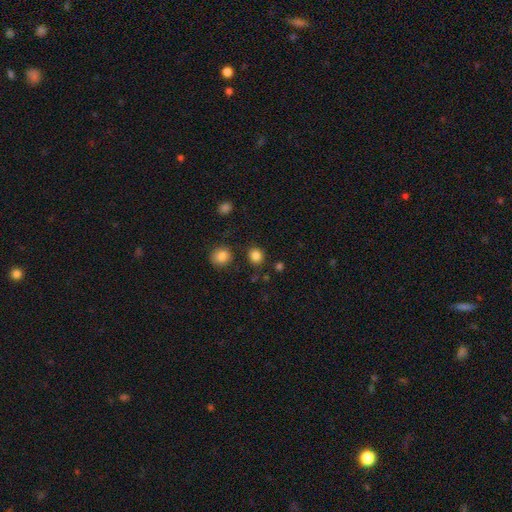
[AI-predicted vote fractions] The model was most divided on "how rounded": round: 82%, in between: 17%, cigar-shaped: 1%. More confident: merging — none (85%); smooth or featured — smooth (84%).